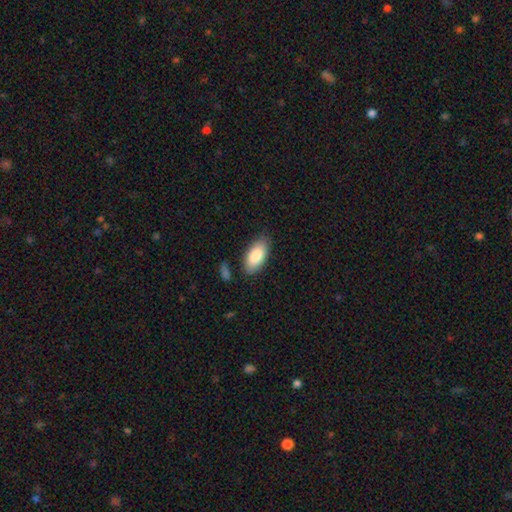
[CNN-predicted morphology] Smooth or featured?
  - smooth: 85% *
  - featured or disk: 10%
  - star or artifact: 6%
How rounded?
  - in between: 92% *
  - cigar-shaped: 6%
  - round: 2%
Merging?
  - none: 81% *
  - minor disturbance: 13%
  - major disturbance: 3%
  - merger: 3%